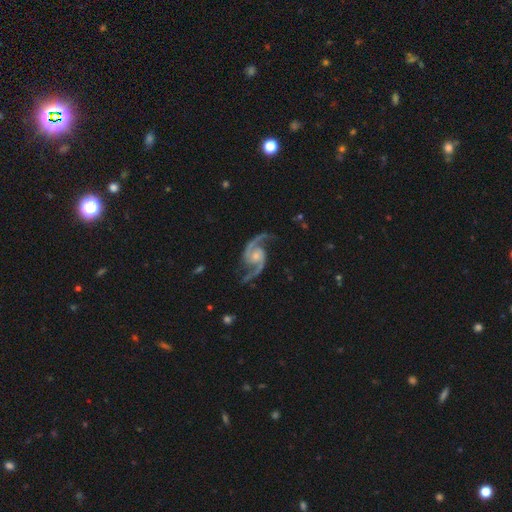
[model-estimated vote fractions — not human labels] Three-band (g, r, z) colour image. It shows a featured or disk galaxy (94%) with no bar (58%), 2 (94%) medium (52%) spiral arms (99%) and a small central bulge (42%). Merging: none (77%).